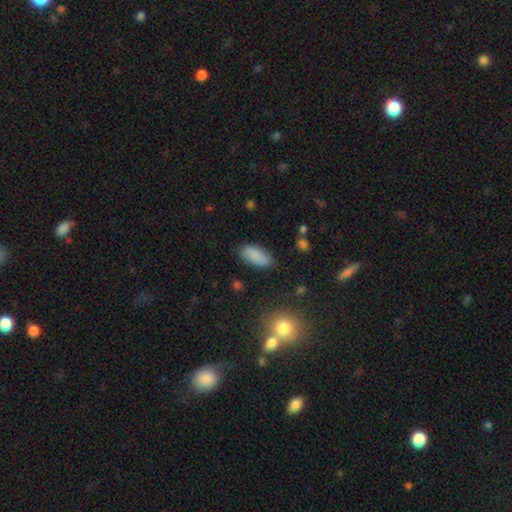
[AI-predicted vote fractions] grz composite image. It shows a smooth galaxy with no disk features (84%) that is in between round and cigar-shaped (89%). Merging: none (82%).